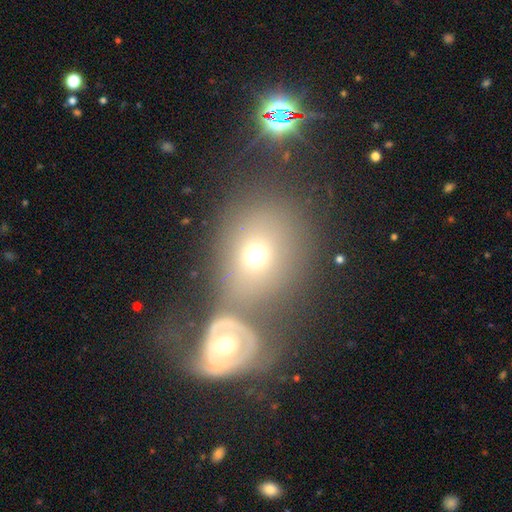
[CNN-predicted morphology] smooth 60%, featured or disk 29%, star or artifact 11%. Down the decision tree: how rounded — round (55%); merging — merger (40%, tied with none).